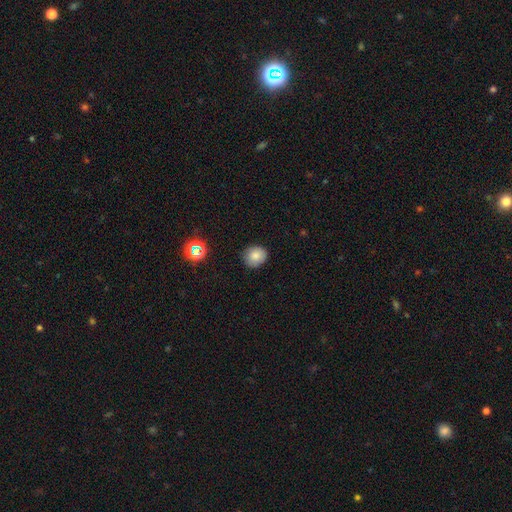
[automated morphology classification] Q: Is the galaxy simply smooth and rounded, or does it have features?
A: smooth — 82%.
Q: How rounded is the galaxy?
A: round — 74%.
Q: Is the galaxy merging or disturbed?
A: none — 84%.